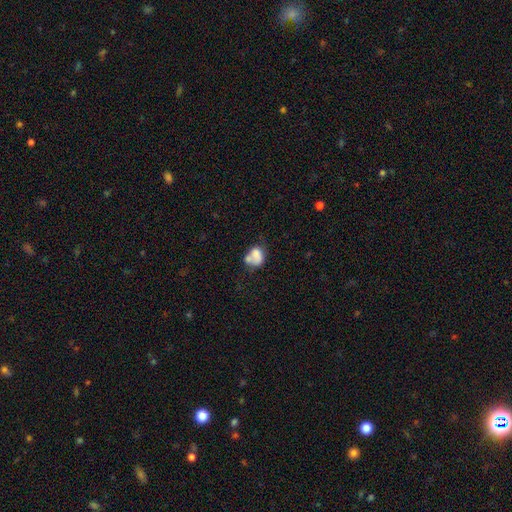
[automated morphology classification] A smooth galaxy with no disk features (69%) that is in between round and cigar-shaped (60%). Merging: merger (45%).